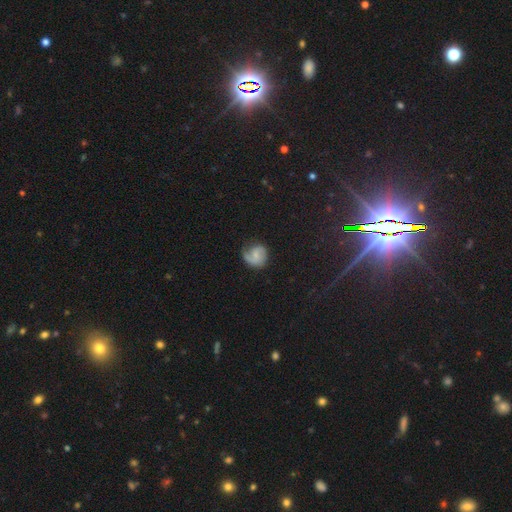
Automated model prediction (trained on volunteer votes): featured or disk 55%, smooth 37%, star or artifact 8%. Down the decision tree: edge-on disk — no (98%); bar — no (55%); spiral arms — yes (90%); bulge size — small (48%); merging — none (59%).